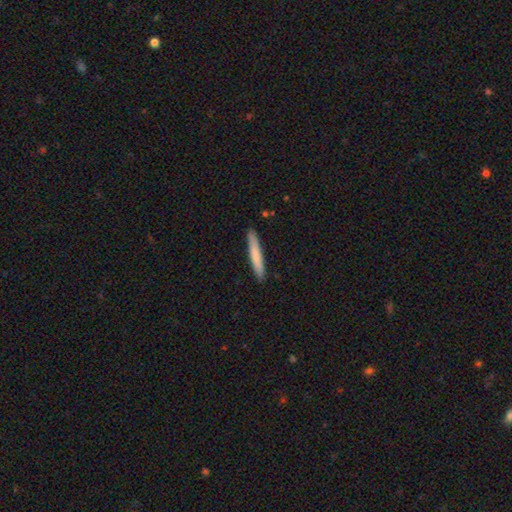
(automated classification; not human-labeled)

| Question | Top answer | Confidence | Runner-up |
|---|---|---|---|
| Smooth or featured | smooth | 75% | featured or disk (19%) |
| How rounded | cigar-shaped | 95% | in between (4%) |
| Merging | none | 90% | minor disturbance (8%) |